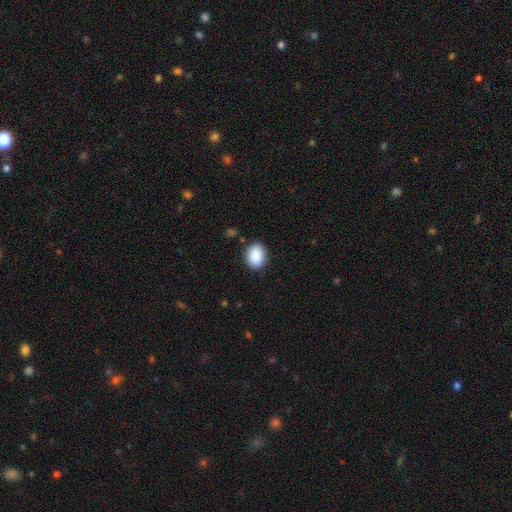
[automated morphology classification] Q: Smooth or featured?
A: smooth (90%); runner-up: star or artifact (7%)
Q: How rounded?
A: in between (67%); runner-up: round (32%)
Q: Merging?
A: none (86%); runner-up: minor disturbance (10%)